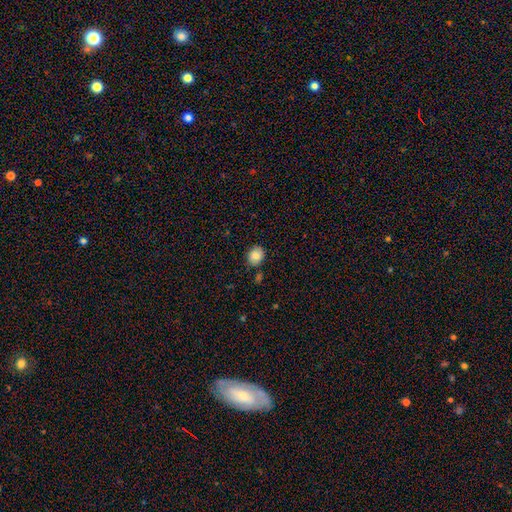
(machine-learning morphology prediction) type=smooth (82%); roundness=round (64%); merging=none (80%).